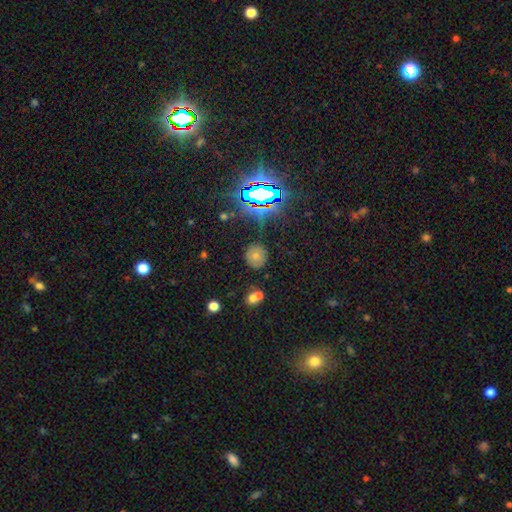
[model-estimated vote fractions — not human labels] A smooth galaxy with no disk features (61%) that is round (81%).

Vote fractions:
- Smooth or featured? smooth: 61% / star or artifact: 25% / featured or disk: 14%
- How rounded? round: 81% / in between: 17% / cigar-shaped: 1%
- Merging? none: 78% / minor disturbance: 12% / merger: 6% / major disturbance: 4%